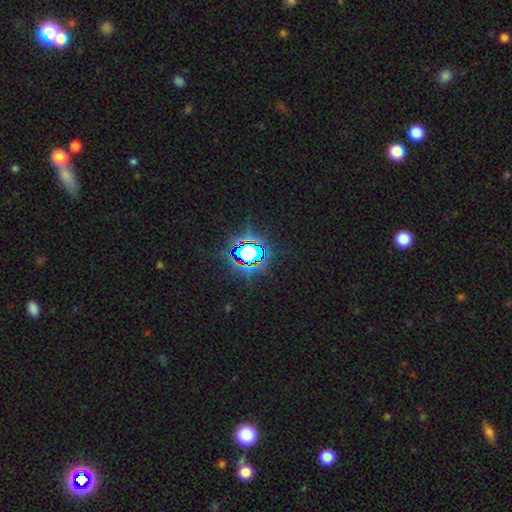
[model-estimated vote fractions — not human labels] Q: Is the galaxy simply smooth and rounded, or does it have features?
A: star or artifact — 79%.